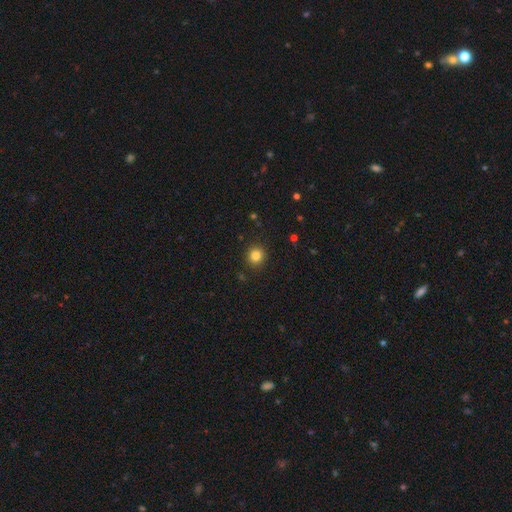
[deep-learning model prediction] Overall: smooth (83%). How rounded: round (92%). Merging: none (91%).